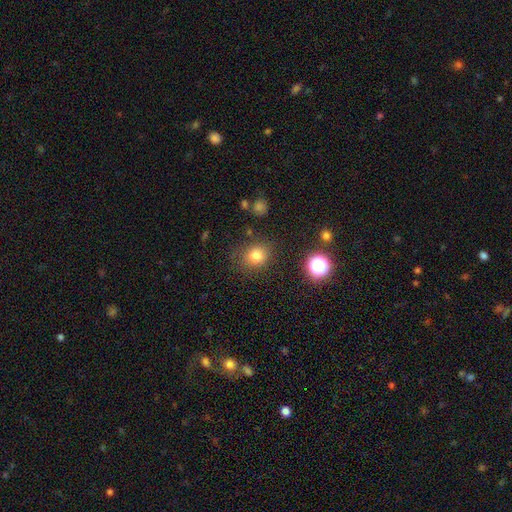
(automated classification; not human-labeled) A smooth galaxy with no disk features (77%) that is round (71%). Merging: none (79%).